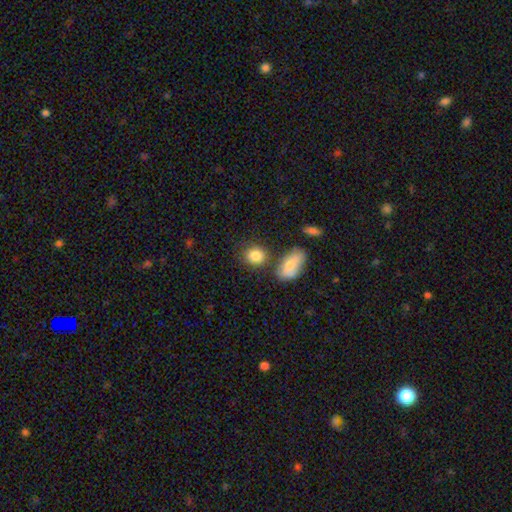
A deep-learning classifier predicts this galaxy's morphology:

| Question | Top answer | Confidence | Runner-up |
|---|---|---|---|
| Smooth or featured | smooth | 85% | star or artifact (8%) |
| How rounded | round | 57% | in between (41%) |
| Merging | none | 70% | merger (13%) |